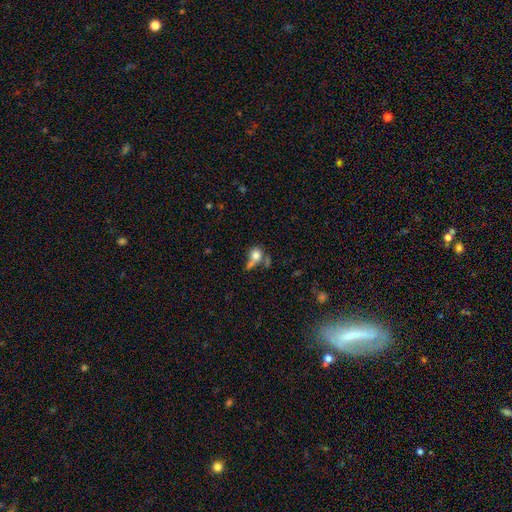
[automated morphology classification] Q: Smooth or featured?
A: smooth (75%); runner-up: featured or disk (14%)
Q: How rounded?
A: round (69%); runner-up: in between (28%)
Q: Merging?
A: none (34%); runner-up: merger (33%)